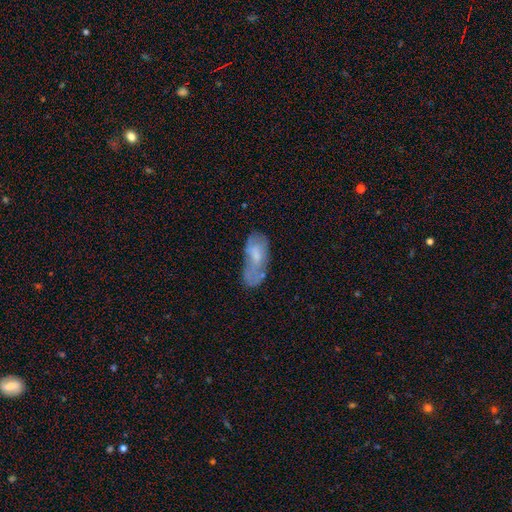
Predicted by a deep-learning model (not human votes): Smooth or featured: smooth — 52% (featured or disk — 40%)
How rounded: in between — 84% (cigar-shaped — 14%)
Merging: none — 41% (minor disturbance — 30%)